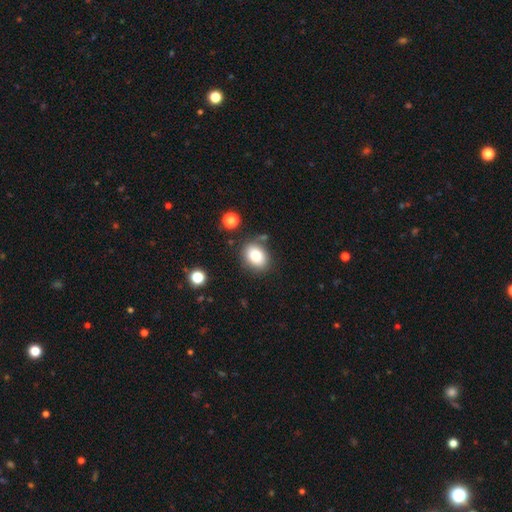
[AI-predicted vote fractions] Q: Smooth or featured?
A: smooth (84%); runner-up: star or artifact (9%)
Q: How rounded?
A: in between (66%); runner-up: round (33%)
Q: Merging?
A: none (77%); runner-up: minor disturbance (14%)